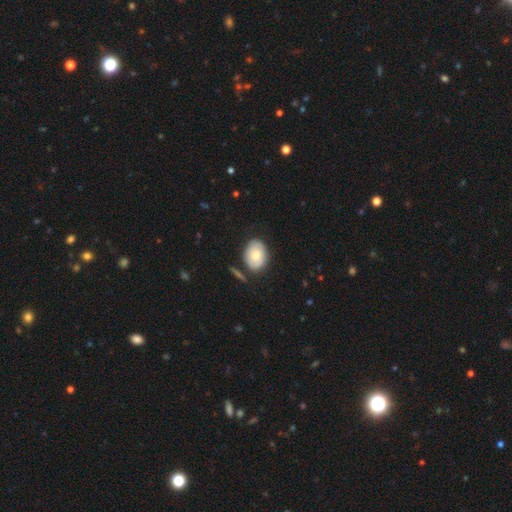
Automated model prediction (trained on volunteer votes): A smooth galaxy with no disk features (69%) that is in between round and cigar-shaped (69%). Merging: none (74%).